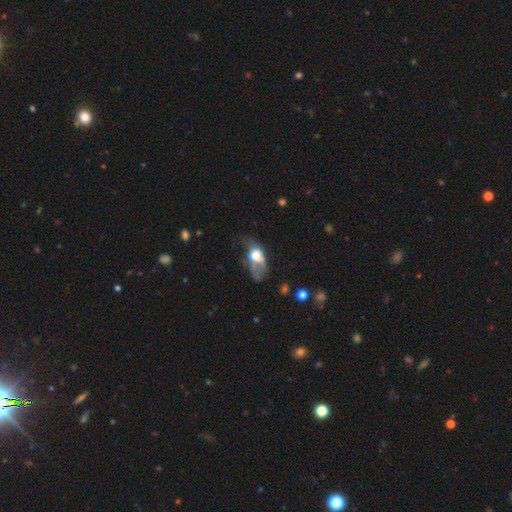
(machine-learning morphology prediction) This appears to be a smooth galaxy with no disk features (52%) that is in between round and cigar-shaped (82%). Merging: major disturbance (55%).